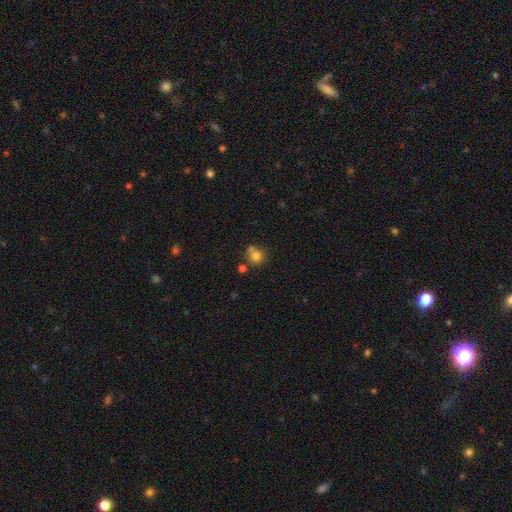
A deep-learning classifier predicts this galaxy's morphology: Smooth or featured: smooth — 76% (star or artifact — 13%)
How rounded: round — 89% (in between — 10%)
Merging: none — 61% (merger — 25%)